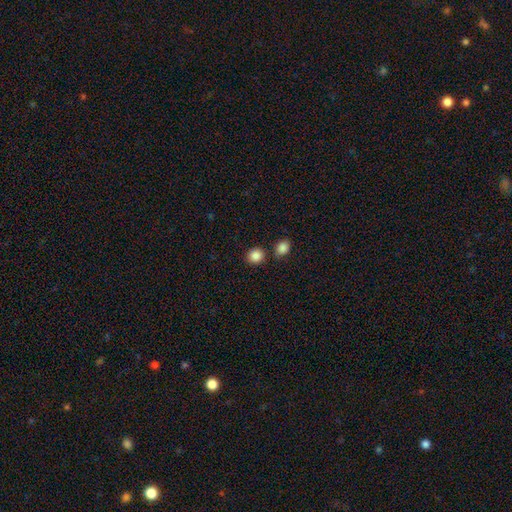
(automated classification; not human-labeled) smooth_or_featured: smooth (p=0.87) [alt: star or artifact p=0.09]
how_rounded: round (p=0.82) [alt: in between p=0.17]
merging: none (p=0.80) [alt: merger p=0.10]